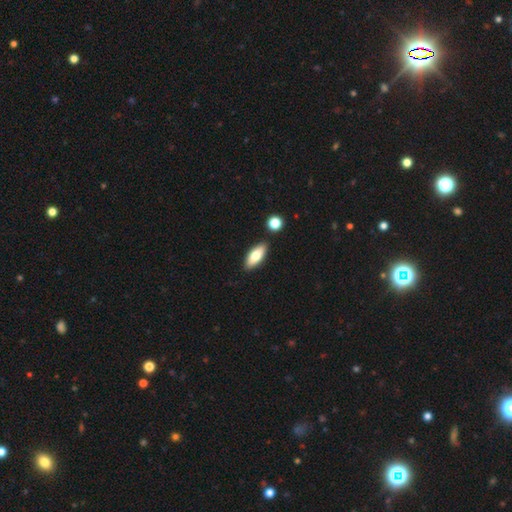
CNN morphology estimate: smooth-or-featured: smooth: 73% | featured or disk: 21% | star or artifact: 6%
  how-rounded: in between: 76% | cigar-shaped: 21% | round: 3%
  merging: none: 86% | minor disturbance: 8% | merger: 4% | major disturbance: 2%